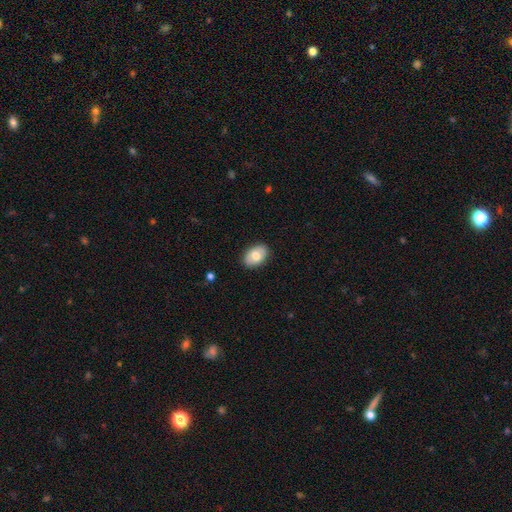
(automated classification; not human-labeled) The model was most divided on "smooth or featured": smooth: 70%, featured or disk: 24%, star or artifact: 7%. More confident: how rounded — in between (87%); merging — none (86%).